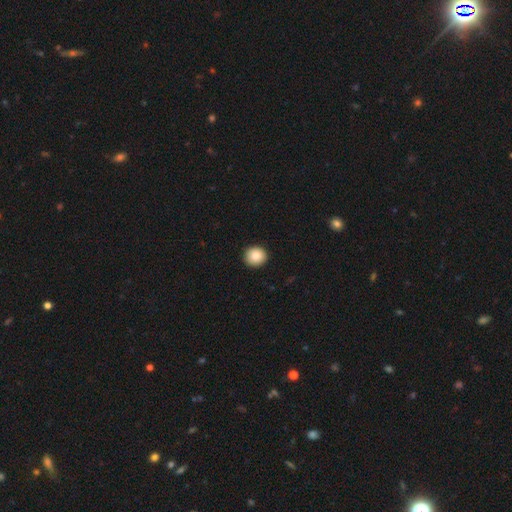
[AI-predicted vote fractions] smooth 84%, star or artifact 8%, featured or disk 7%. Down the decision tree: how rounded — round (90%); merging — none (92%).